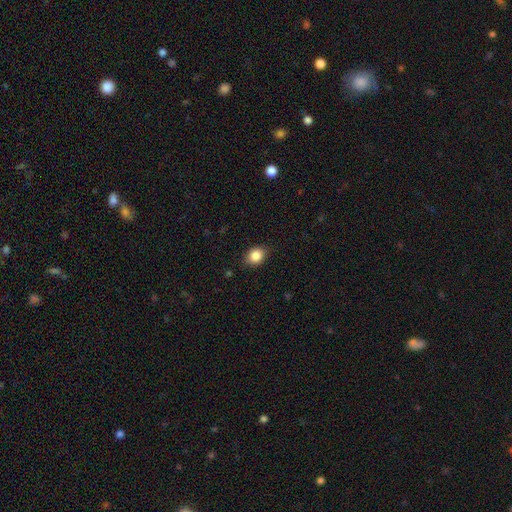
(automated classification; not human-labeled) Smooth or featured? Predicted: smooth (p=0.85). How rounded? Predicted: in between (p=0.52). Merging? Predicted: none (p=0.82).